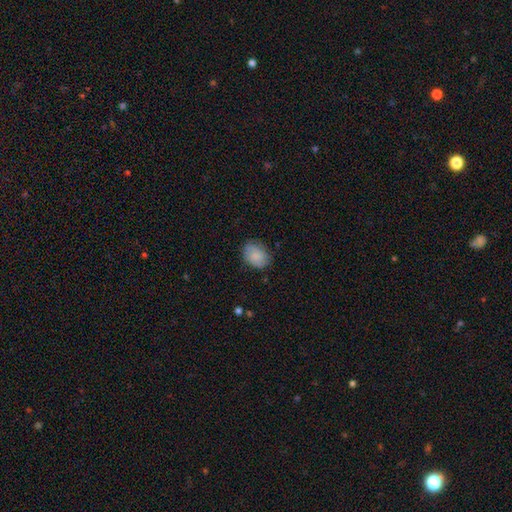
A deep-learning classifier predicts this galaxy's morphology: type=smooth (75%); roundness=in between (61%); merging=none (74%).